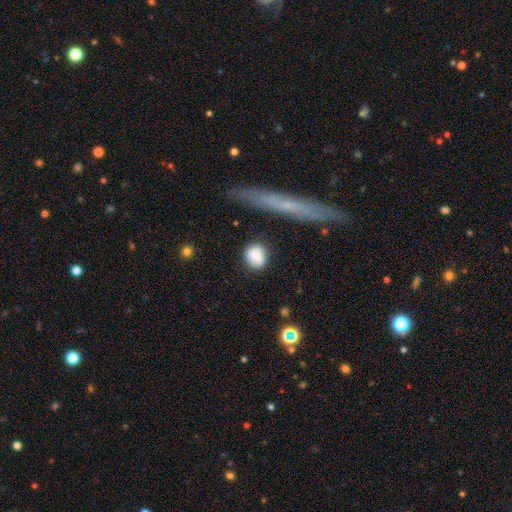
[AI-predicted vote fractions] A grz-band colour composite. It shows a smooth galaxy with no disk features (80%) that is round (69%). Merging: none (70%).